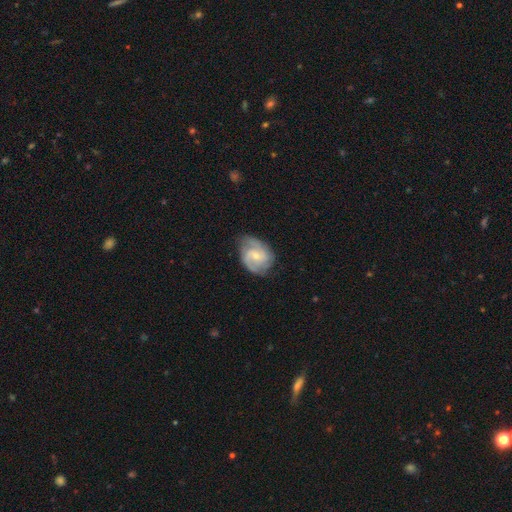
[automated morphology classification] Smooth or featured? featured or disk (79%)
Edge-on disk? no (98%)
Bar? no (48%)
Spiral arms? yes (95%)
Spiral winding? medium (49%)
Spiral arm count? 2 (65%)
Bulge size? small (61%)
Merging? none (70%)